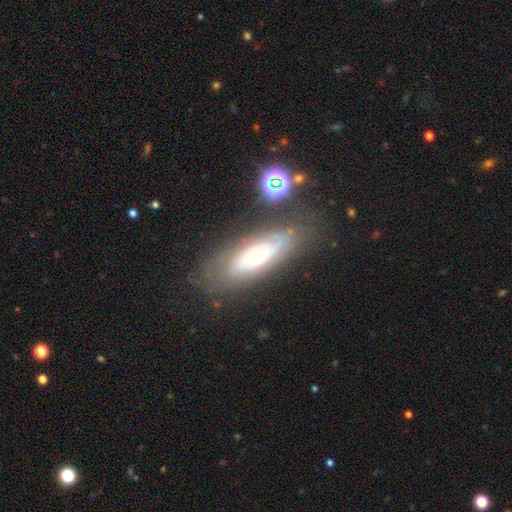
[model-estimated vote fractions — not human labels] Morphology: type=featured or disk (63%); edge-on=no (79%); merging=none (71%).